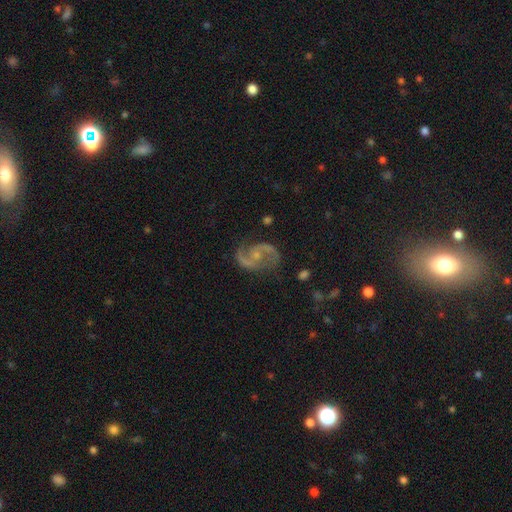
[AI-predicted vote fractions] This appears to be a featured or disk galaxy (89%) with no bar (55%), 2 (93%) medium (54%) spiral arms (97%) and a small central bulge (61%). Merging: none (75%).